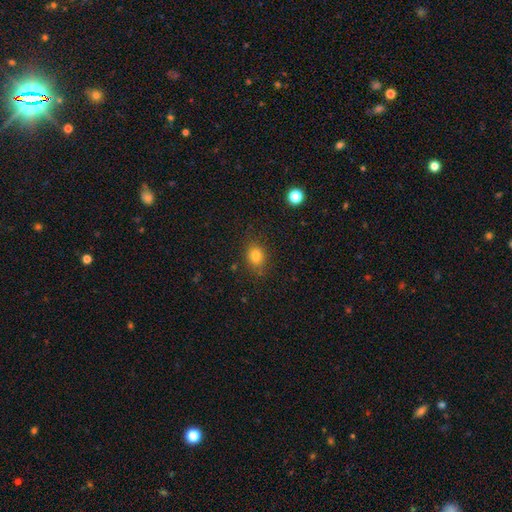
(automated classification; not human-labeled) smooth_or_featured: smooth (p=0.81) [alt: star or artifact p=0.12]
how_rounded: round (p=0.56) [alt: in between p=0.43]
merging: none (p=0.82) [alt: minor disturbance p=0.13]